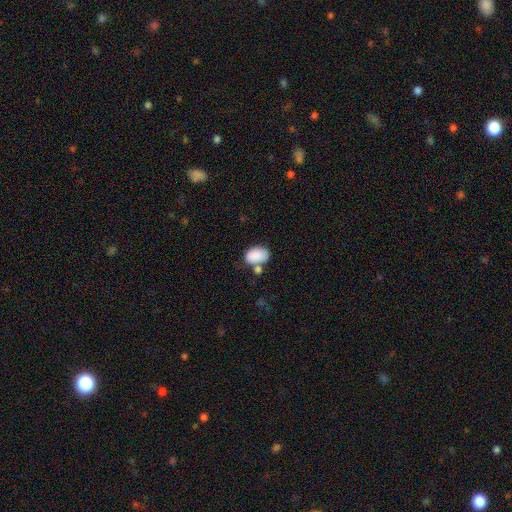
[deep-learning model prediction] smooth_or_featured: smooth (p=0.86) [alt: star or artifact p=0.07]
how_rounded: in between (p=0.88) [alt: round p=0.11]
merging: none (p=0.52) [alt: merger p=0.23]